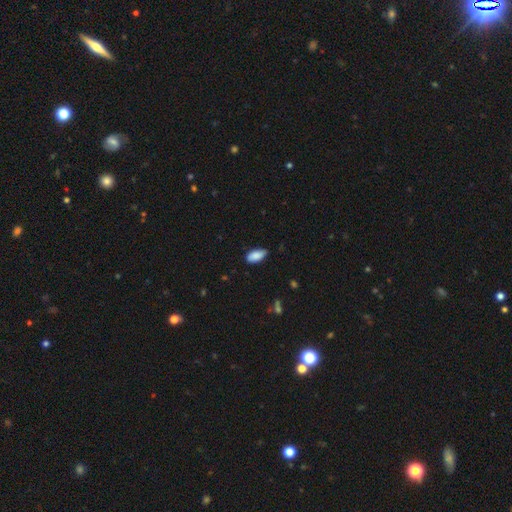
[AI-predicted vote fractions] Morphology: type=smooth (86%); roundness=in between (91%); merging=none (68%).